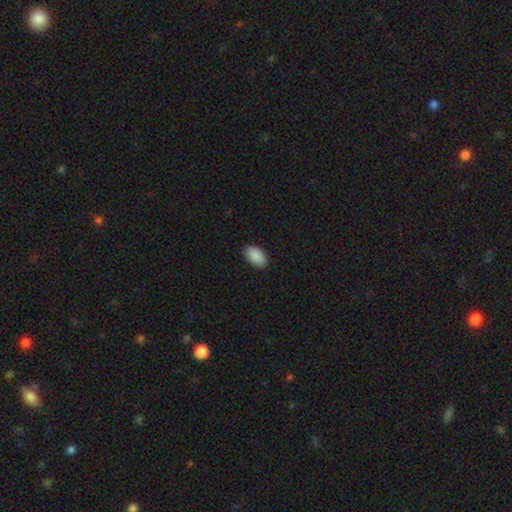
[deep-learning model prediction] smooth_or_featured: smooth (p=0.91) [alt: star or artifact p=0.07]
how_rounded: in between (p=0.94) [alt: round p=0.05]
merging: none (p=0.88) [alt: minor disturbance p=0.09]